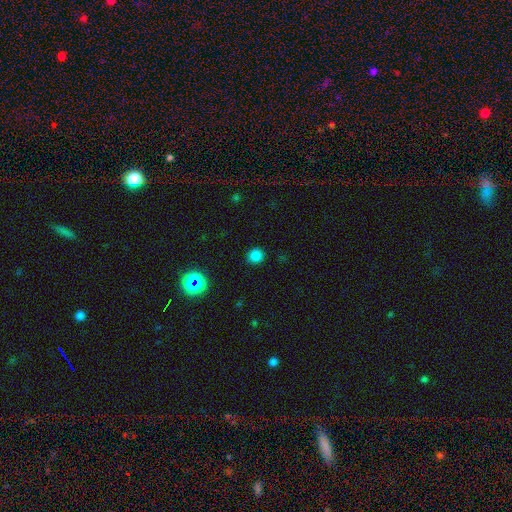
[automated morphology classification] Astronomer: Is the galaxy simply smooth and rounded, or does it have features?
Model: smooth — 81%.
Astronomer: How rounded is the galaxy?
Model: round — 90%.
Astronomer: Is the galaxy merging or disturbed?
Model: none — 90%.